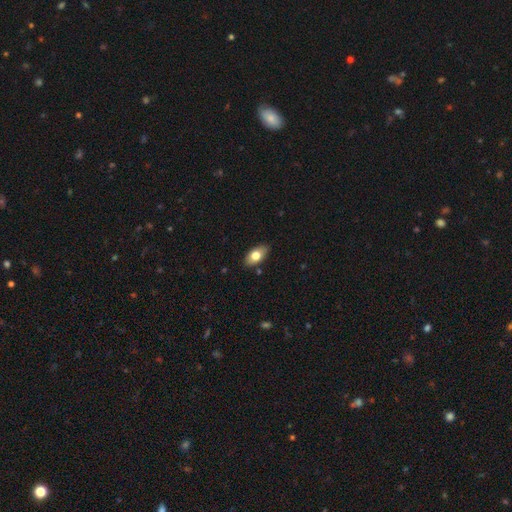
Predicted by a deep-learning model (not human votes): Overall: smooth (75%). How rounded: in between (91%). Merging: none (86%).